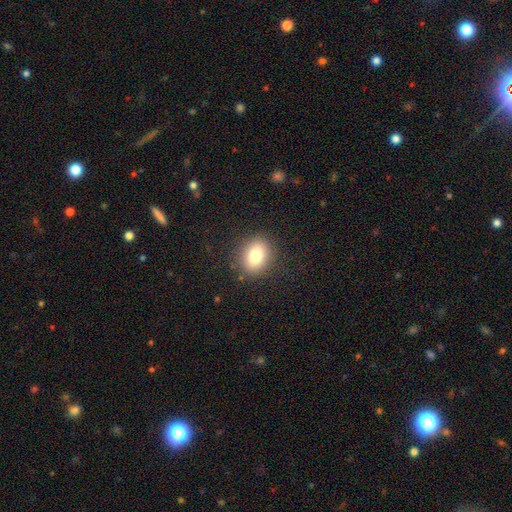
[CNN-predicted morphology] smooth-or-featured: smooth: 81% | star or artifact: 10% | featured or disk: 9%
  how-rounded: in between: 63% | round: 36% | cigar-shaped: 1%
  merging: none: 86% | minor disturbance: 10% | major disturbance: 4% | merger: 1%